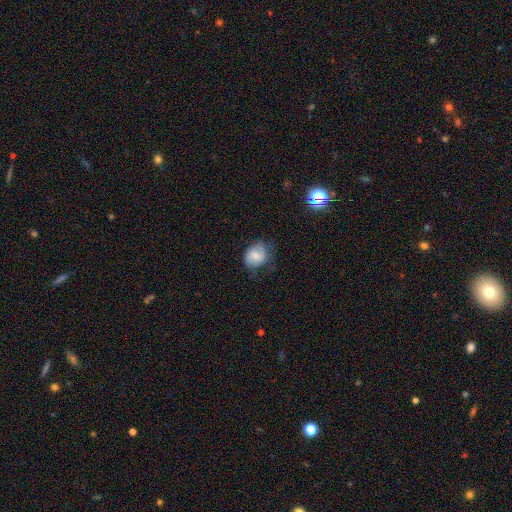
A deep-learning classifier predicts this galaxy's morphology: smooth 61%, featured or disk 31%, star or artifact 8%. Down the decision tree: how rounded — round (55%); merging — none (55%).